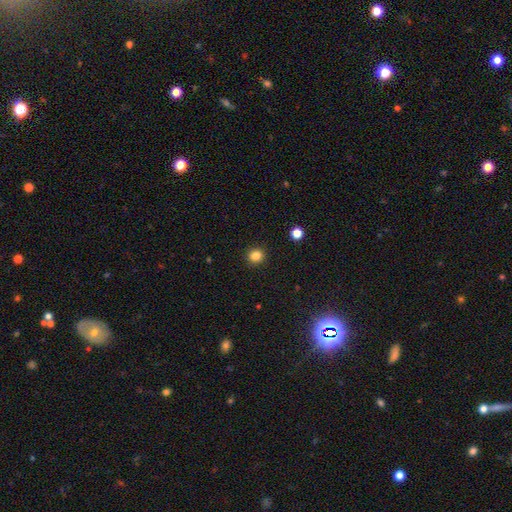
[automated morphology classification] Q: Smooth or featured?
A: smooth (84%); runner-up: star or artifact (12%)
Q: How rounded?
A: round (87%); runner-up: in between (12%)
Q: Merging?
A: none (92%); runner-up: minor disturbance (5%)